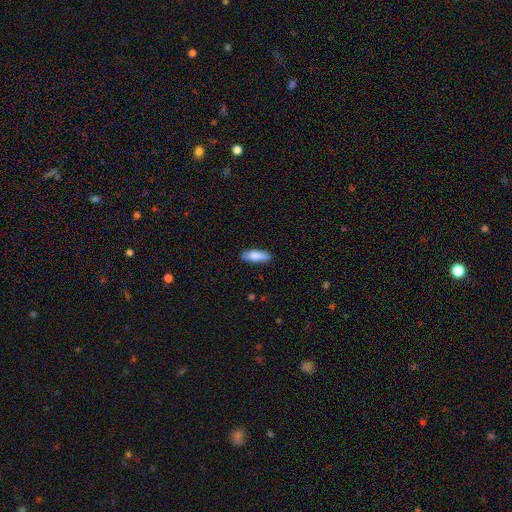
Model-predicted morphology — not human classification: Q: Smooth or featured?
A: smooth (82%); runner-up: featured or disk (13%)
Q: How rounded?
A: in between (55%); runner-up: cigar-shaped (43%)
Q: Merging?
A: none (87%); runner-up: minor disturbance (10%)